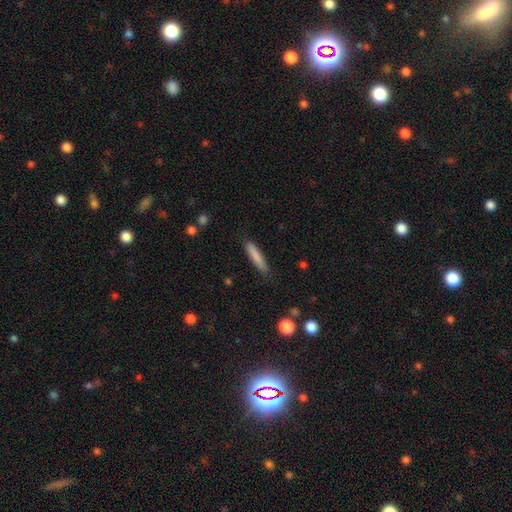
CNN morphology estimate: smooth 83%, featured or disk 11%, star or artifact 6%. Down the decision tree: how rounded — cigar-shaped (88%); merging — none (84%).